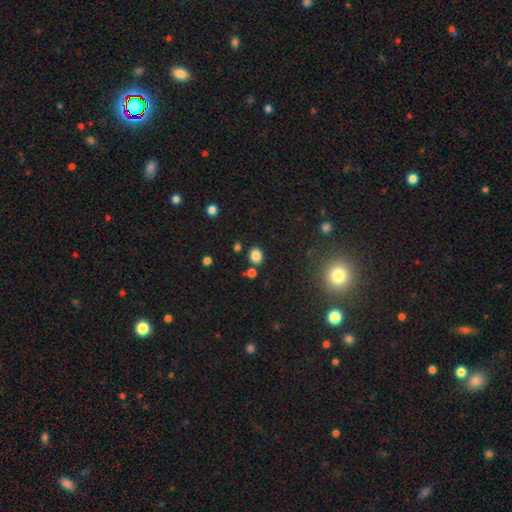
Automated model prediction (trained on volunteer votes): A smooth galaxy with no disk features (82%) that is round (52%). Merging: none (79%).